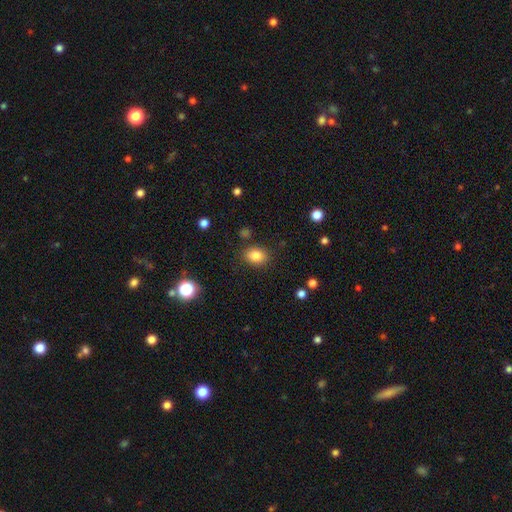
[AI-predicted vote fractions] Smooth or featured: smooth — 82% (star or artifact — 11%)
How rounded: in between — 61% (round — 38%)
Merging: none — 85% (minor disturbance — 9%)